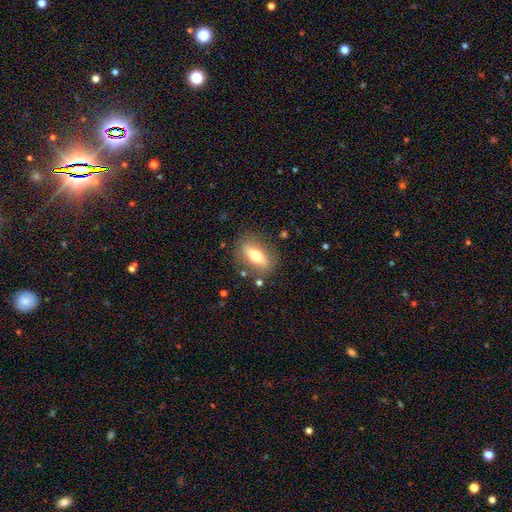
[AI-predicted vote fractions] smooth-or-featured: smooth: 61% | featured or disk: 31% | star or artifact: 7%
  how-rounded: in between: 75% | cigar-shaped: 18% | round: 7%
  merging: none: 81% | minor disturbance: 12% | major disturbance: 5% | merger: 3%